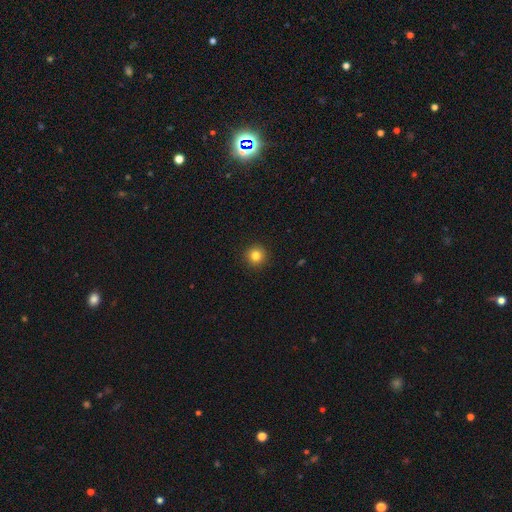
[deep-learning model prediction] smooth 83%, star or artifact 12%, featured or disk 6%. Down the decision tree: how rounded — round (95%); merging — none (93%).